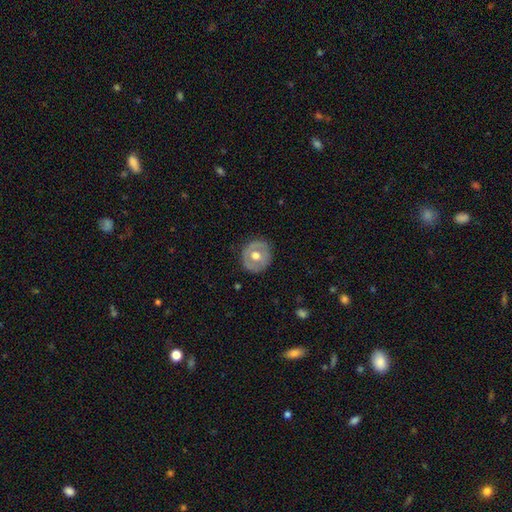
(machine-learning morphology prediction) Smooth or featured?
  - featured or disk: 47% * (tied)
  - smooth: 47% * (tied)
  - star or artifact: 6%
Merging?
  - none: 83% *
  - minor disturbance: 12%
  - major disturbance: 3%
  - merger: 1%